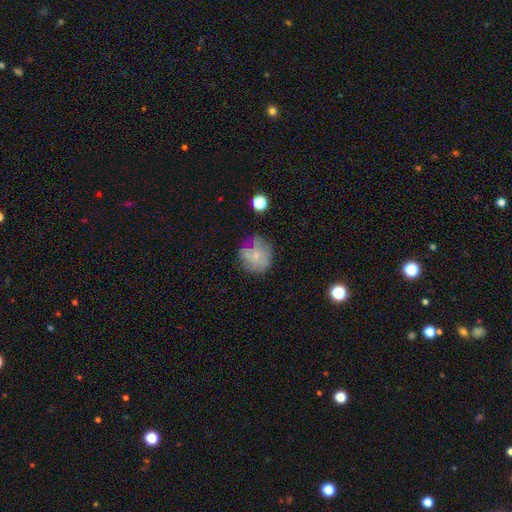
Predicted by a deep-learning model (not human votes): The model was most divided on "merging": none: 57%, minor disturbance: 26%, major disturbance: 12%, merger: 6%. More confident: how rounded — round (86%); smooth or featured — smooth (65%).